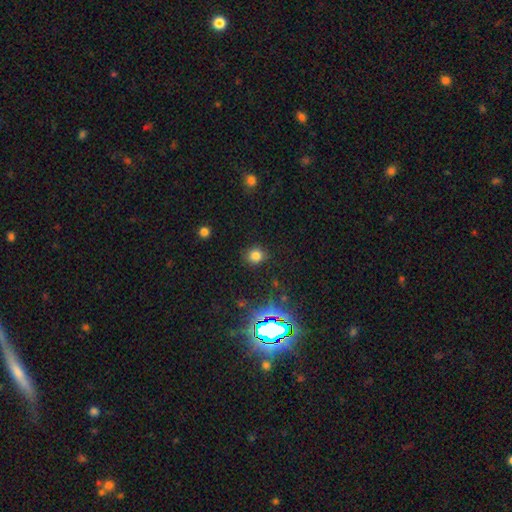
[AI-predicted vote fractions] A smooth galaxy with no disk features (75%) that is round (87%). Merging: none (87%).